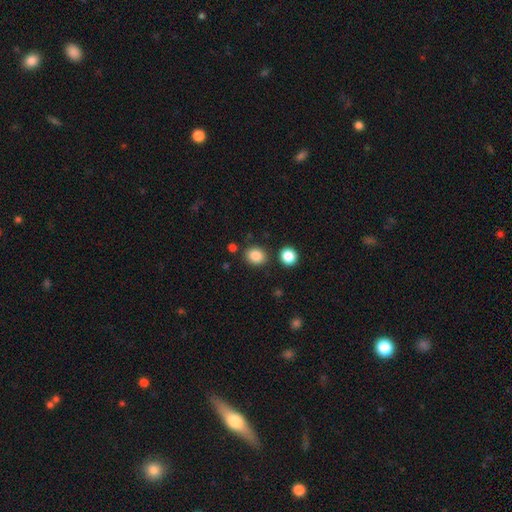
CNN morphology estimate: This appears to be a smooth galaxy with no disk features (86%) that is round (66%). Merging: none (83%).